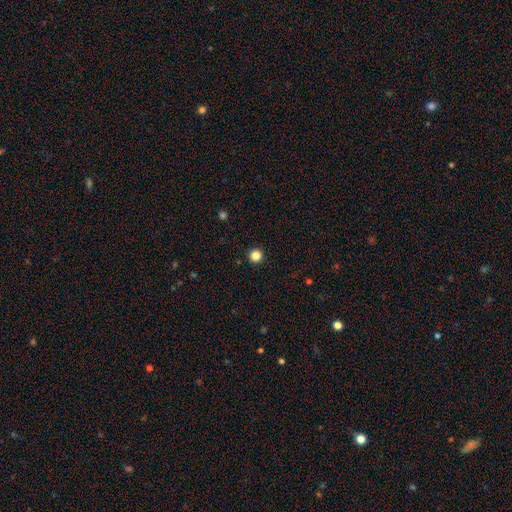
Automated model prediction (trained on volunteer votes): This appears to be a smooth galaxy with no disk features (84%) that is round (96%). Merging: none (93%).